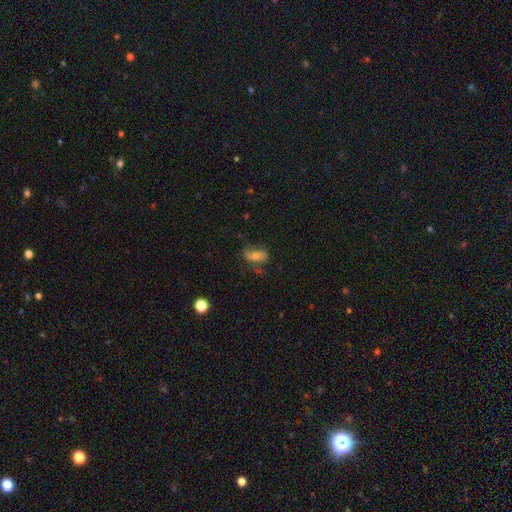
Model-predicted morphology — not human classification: Q: Smooth or featured?
A: smooth (46%); runner-up: featured or disk (41%)
Q: Merging?
A: none (53%); runner-up: minor disturbance (27%)